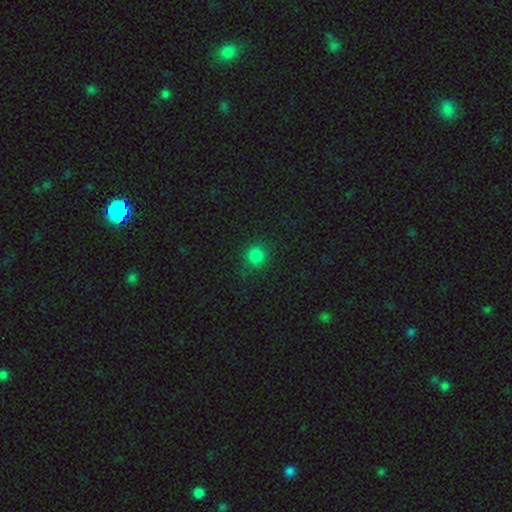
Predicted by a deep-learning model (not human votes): Smooth or featured? smooth (82%)
How rounded? round (90%)
Merging? none (87%)